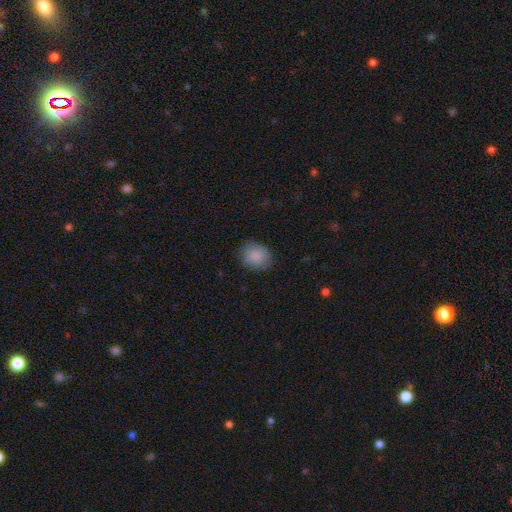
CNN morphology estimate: This is clearly a smooth galaxy (87%). How rounded: possibly round (58%). Merging: clearly none (82%).